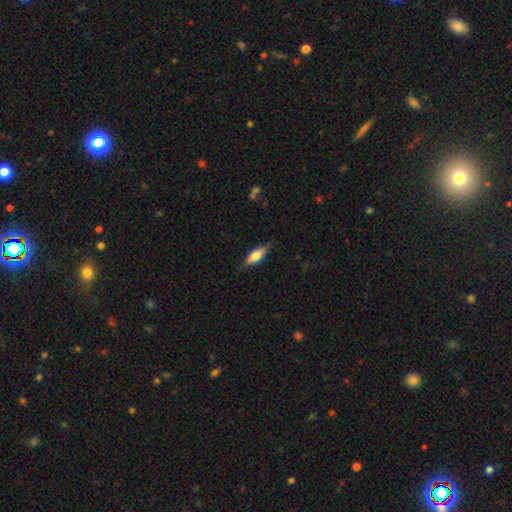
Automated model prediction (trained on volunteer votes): Smooth or featured: smooth — 63% (featured or disk — 31%)
How rounded: in between — 62% (cigar-shaped — 35%)
Merging: none — 79% (minor disturbance — 16%)